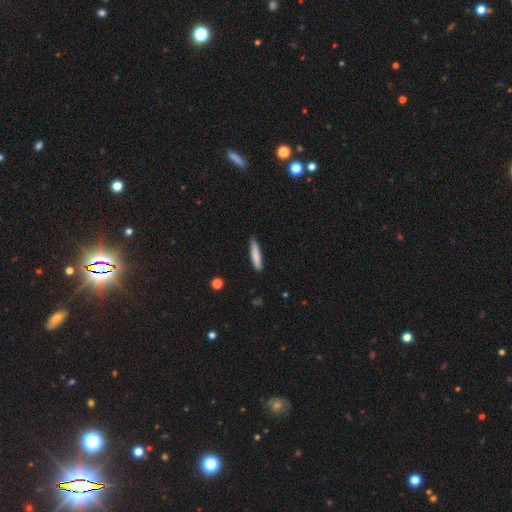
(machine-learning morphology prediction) This is clearly a smooth galaxy (83%). How rounded: clearly cigar-shaped (86%). Merging: clearly none (85%).